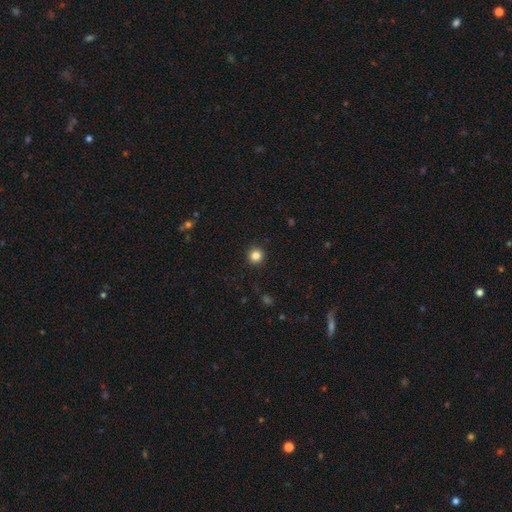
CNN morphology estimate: Smooth or featured? smooth (84%)
How rounded? round (95%)
Merging? none (92%)